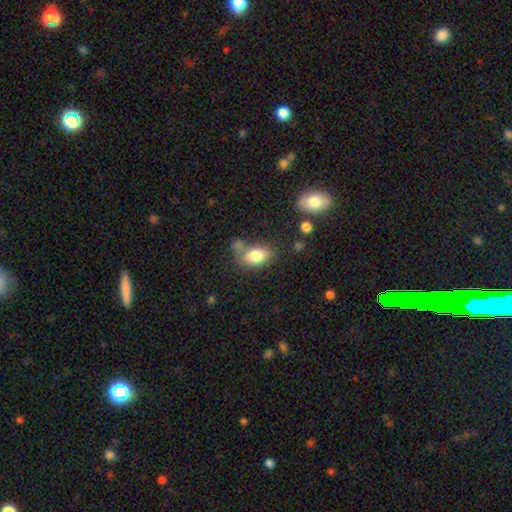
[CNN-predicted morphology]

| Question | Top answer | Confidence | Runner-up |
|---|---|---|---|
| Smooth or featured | smooth | 81% | featured or disk (11%) |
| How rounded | in between | 85% | round (13%) |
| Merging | none | 54% | minor disturbance (19%) |